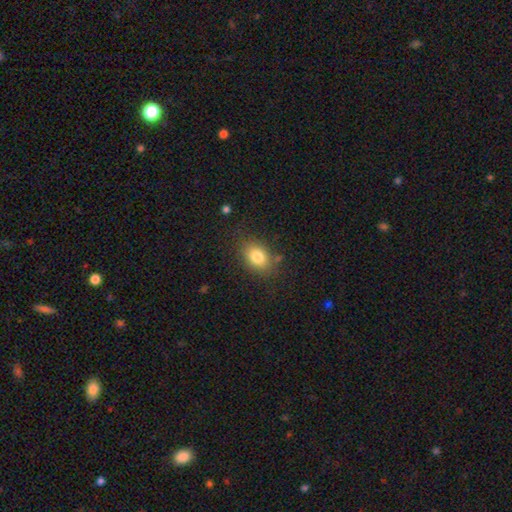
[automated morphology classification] Smooth or featured? Predicted: smooth (p=0.81). How rounded? Predicted: in between (p=0.70). Merging? Predicted: none (p=0.80).